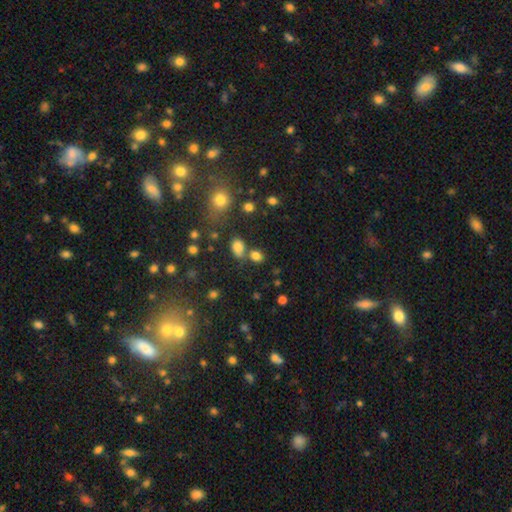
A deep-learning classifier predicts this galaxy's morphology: smooth-or-featured: smooth: 79% | star or artifact: 15% | featured or disk: 6%
  how-rounded: in between: 61% | round: 37% | cigar-shaped: 2%
  merging: none: 62% | merger: 22% | minor disturbance: 12% | major disturbance: 5%